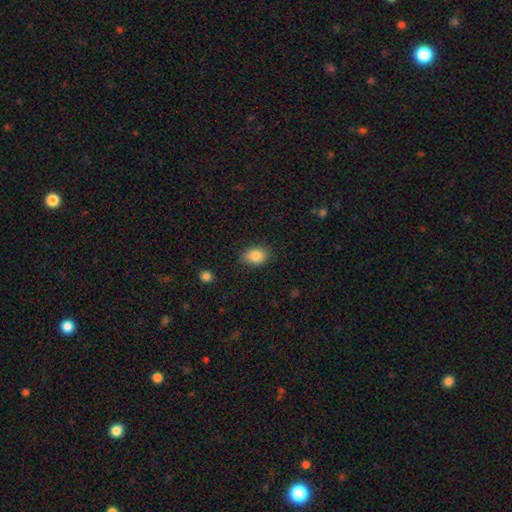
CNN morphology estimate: type=smooth (86%); roundness=in between (74%); merging=none (81%).